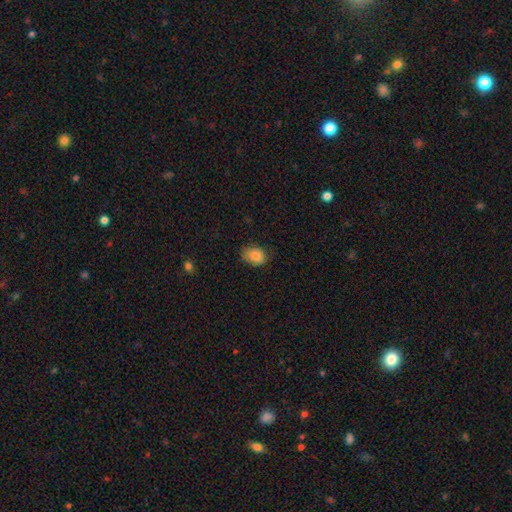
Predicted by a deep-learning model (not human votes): Smooth or featured: smooth — 85% (star or artifact — 8%)
How rounded: in between — 68% (round — 31%)
Merging: none — 72% (minor disturbance — 22%)